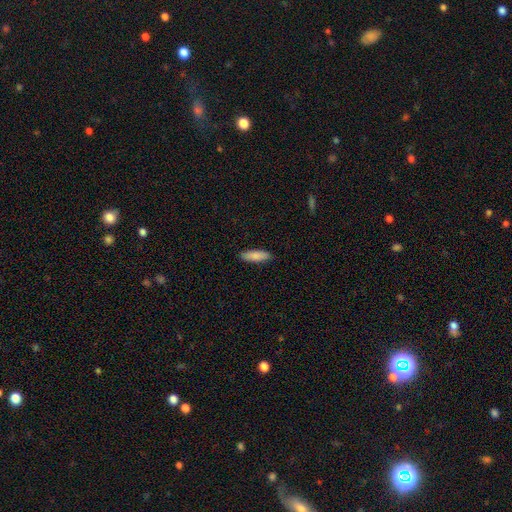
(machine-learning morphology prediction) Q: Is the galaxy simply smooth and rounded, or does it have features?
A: smooth — 85%.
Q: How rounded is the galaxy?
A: in between — 50%.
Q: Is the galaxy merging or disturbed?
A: none — 89%.